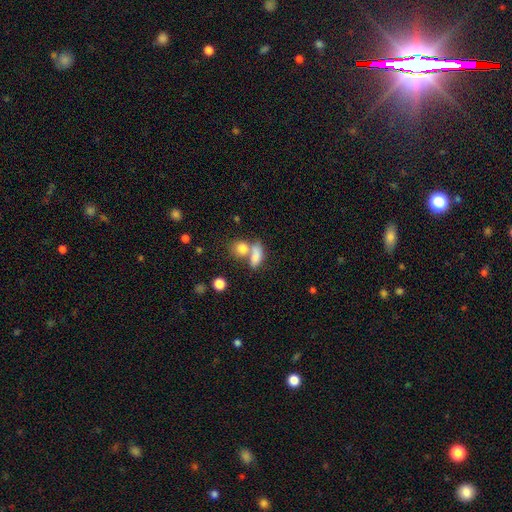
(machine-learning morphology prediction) This appears to be a smooth galaxy with no disk features (80%) that is in between round and cigar-shaped (73%). Merging: merger (48%).